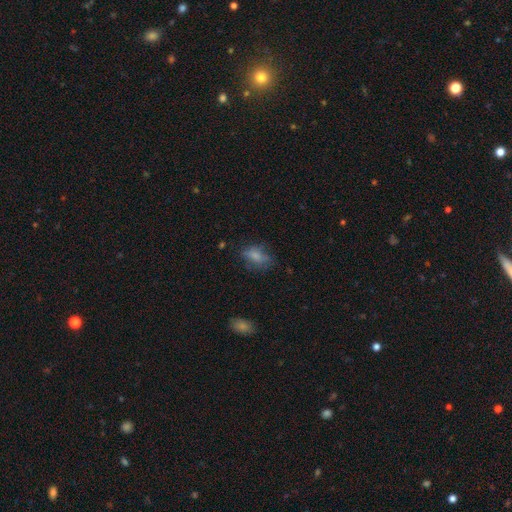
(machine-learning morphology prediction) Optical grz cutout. It shows a smooth galaxy with no disk features (70%) that is in between round and cigar-shaped (80%). Merging: none (58%).